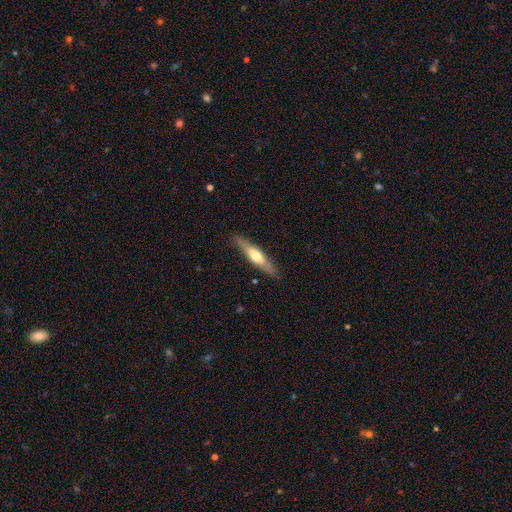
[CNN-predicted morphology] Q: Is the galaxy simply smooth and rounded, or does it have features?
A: featured or disk — 48%.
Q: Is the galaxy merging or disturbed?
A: none — 87%.